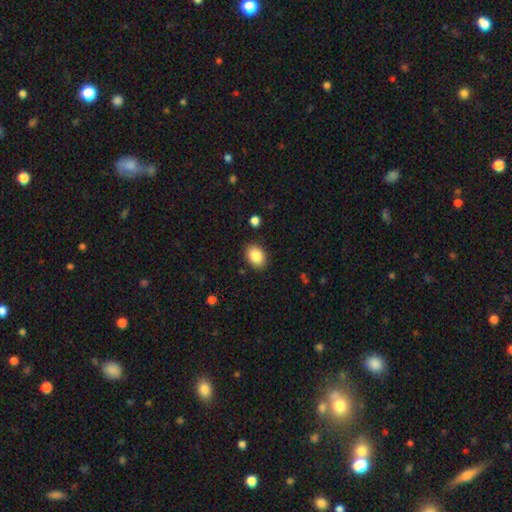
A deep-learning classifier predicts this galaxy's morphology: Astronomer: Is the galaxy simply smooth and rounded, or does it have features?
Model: smooth — 88%.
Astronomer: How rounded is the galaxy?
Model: in between — 76%.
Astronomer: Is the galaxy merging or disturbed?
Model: none — 86%.